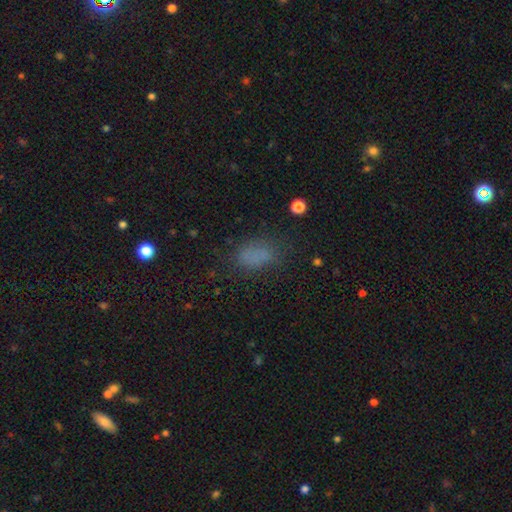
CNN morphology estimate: smooth_or_featured: smooth (p=0.74) [alt: star or artifact p=0.17]
how_rounded: in between (p=0.86) [alt: round p=0.11]
merging: none (p=0.66) [alt: minor disturbance p=0.20]